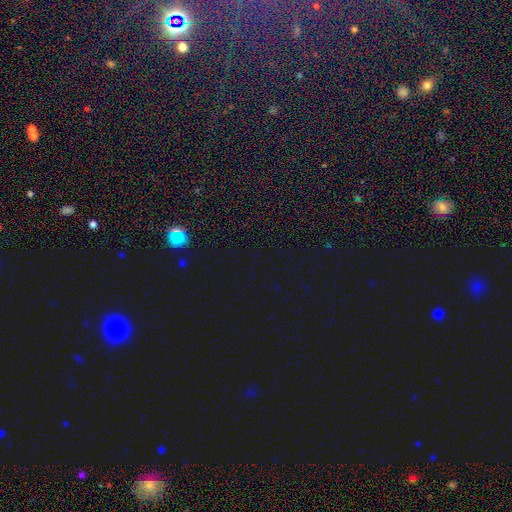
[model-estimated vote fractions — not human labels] Smooth or featured?
  - star or artifact: 77% *
  - smooth: 16%
  - featured or disk: 7%